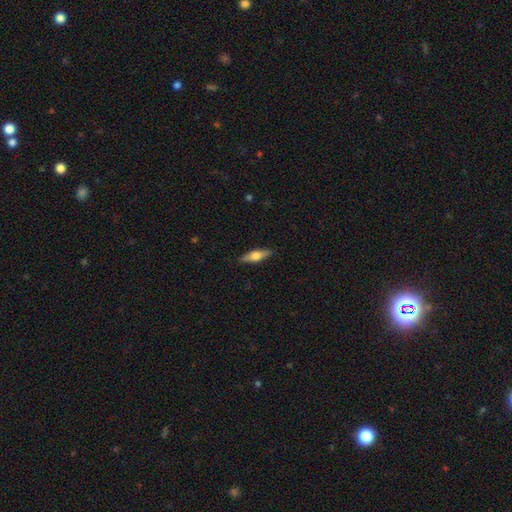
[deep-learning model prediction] Smooth or featured: smooth — 47% (tied with featured or disk — 47%)
Merging: none — 89% (minor disturbance — 8%)